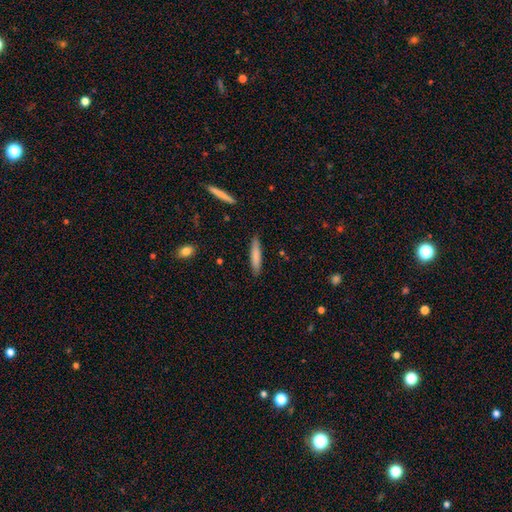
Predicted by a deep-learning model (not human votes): This appears to be a smooth galaxy with no disk features (79%) that is cigar-shaped (88%). Merging: none (88%).